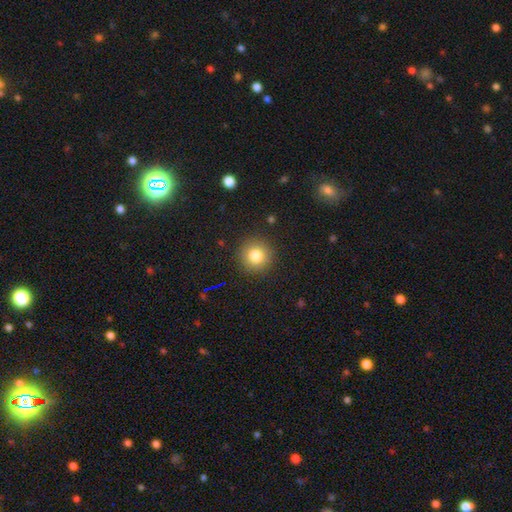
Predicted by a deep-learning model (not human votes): Smooth or featured?
  - smooth: 80% *
  - star or artifact: 12%
  - featured or disk: 8%
How rounded?
  - round: 95% *
  - in between: 4%
  - cigar-shaped: 1%
Merging?
  - none: 90% *
  - minor disturbance: 6%
  - major disturbance: 2%
  - merger: 1%